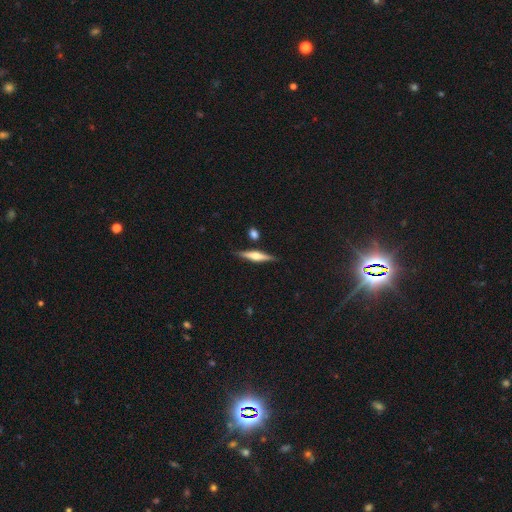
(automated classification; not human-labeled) Q: Smooth or featured?
A: featured or disk (64%); runner-up: smooth (29%)
Q: Edge-on disk?
A: yes (97%); runner-up: no (3%)
Q: Edge-on bulge?
A: rounded (81%); runner-up: boxy (13%)
Q: Merging?
A: none (85%); runner-up: minor disturbance (9%)